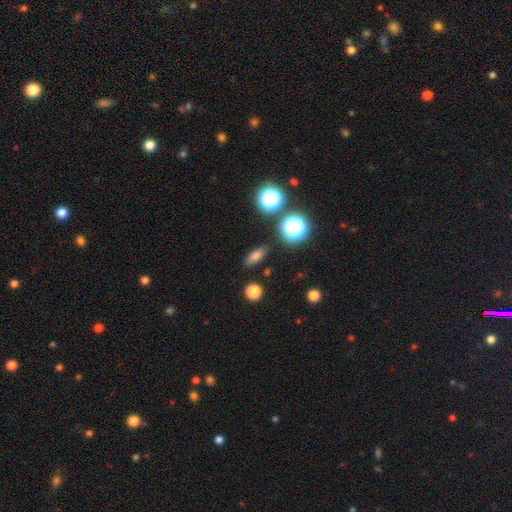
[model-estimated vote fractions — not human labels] smooth_or_featured: smooth (p=0.75) [alt: star or artifact p=0.16]
how_rounded: in between (p=0.64) [alt: cigar-shaped p=0.22]
merging: none (p=0.86) [alt: minor disturbance p=0.09]